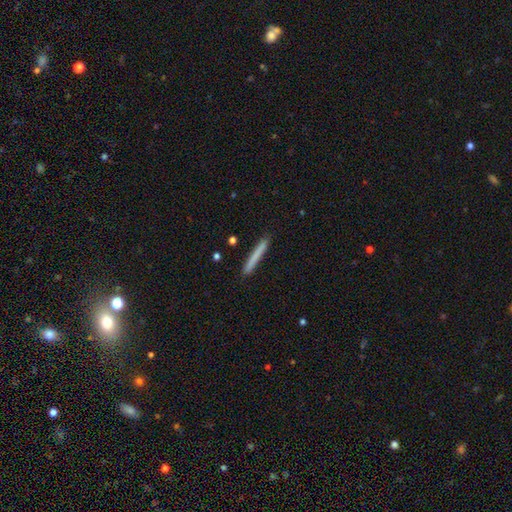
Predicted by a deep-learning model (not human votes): Smooth or featured? smooth (74%)
How rounded? cigar-shaped (97%)
Merging? none (91%)